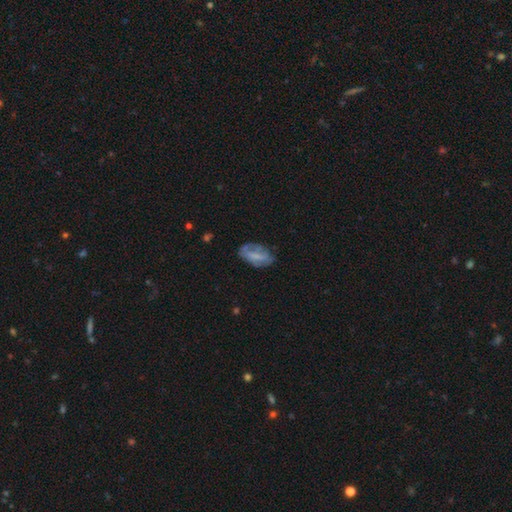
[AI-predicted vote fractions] A smooth galaxy with no disk features (52%) that is in between round and cigar-shaped (87%).

Vote fractions:
- Smooth or featured? smooth: 52% / featured or disk: 39% / star or artifact: 8%
- How rounded? in between: 87% / cigar-shaped: 9% / round: 4%
- Merging? none: 60% / minor disturbance: 26% / major disturbance: 12% / merger: 2%